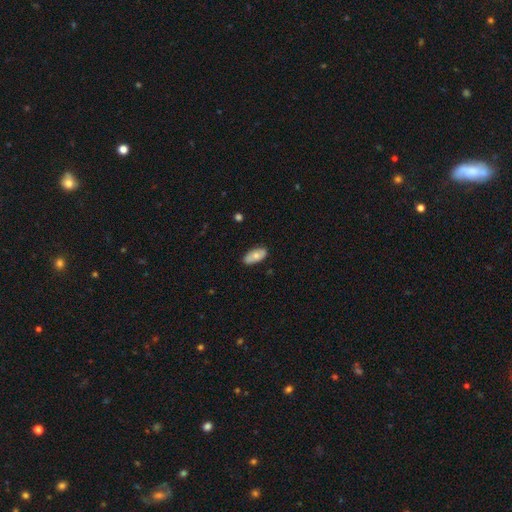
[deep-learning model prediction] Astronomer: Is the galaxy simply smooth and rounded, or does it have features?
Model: smooth — 65%.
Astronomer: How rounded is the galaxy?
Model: in between — 91%.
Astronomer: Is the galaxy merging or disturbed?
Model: none — 83%.